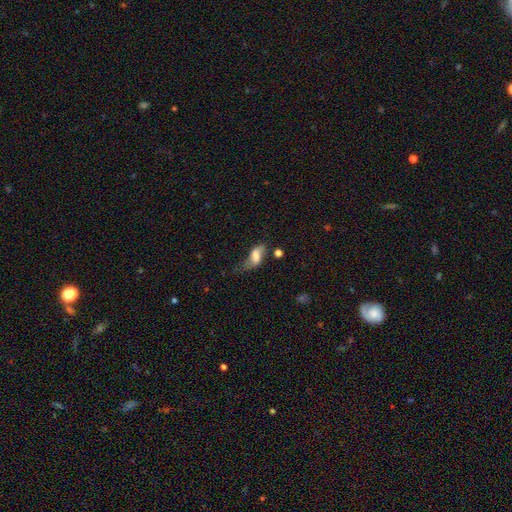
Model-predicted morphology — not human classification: type=smooth (58%); roundness=in between (82%); merging=none (33%).